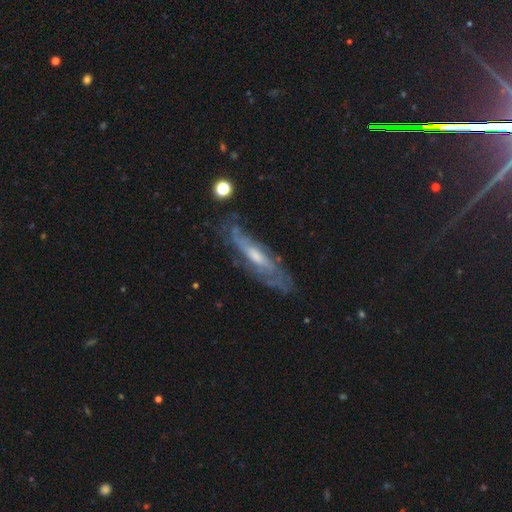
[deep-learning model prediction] smooth_or_featured: featured or disk (p=0.76) [alt: smooth p=0.17]
disk_edge_on: no (p=0.65) [alt: yes p=0.35]
merging: none (p=0.65) [alt: minor disturbance p=0.22]